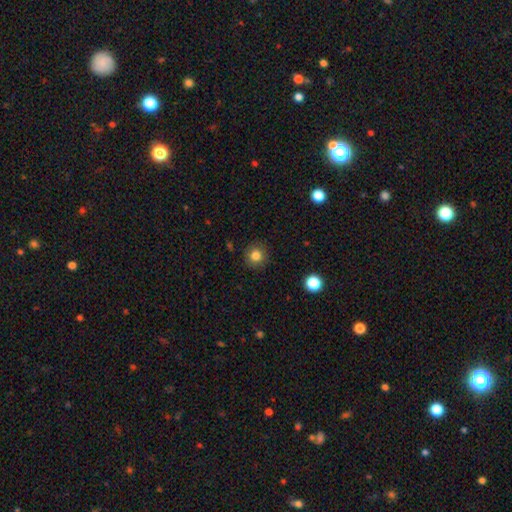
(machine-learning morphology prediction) Smooth or featured?
  - smooth: 82% *
  - star or artifact: 12%
  - featured or disk: 6%
How rounded?
  - round: 93% *
  - in between: 6%
  - cigar-shaped: 1%
Merging?
  - none: 89% *
  - minor disturbance: 7%
  - major disturbance: 2%
  - merger: 1%